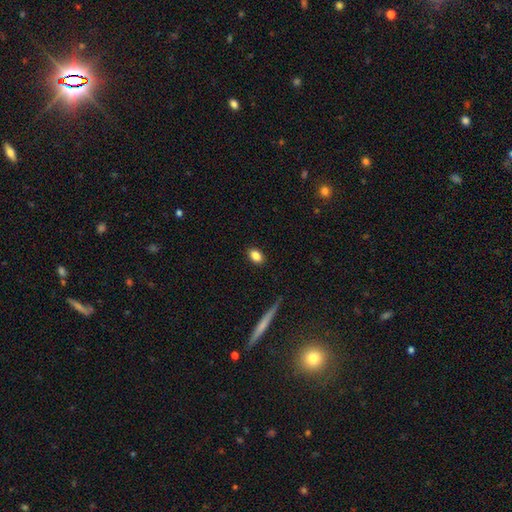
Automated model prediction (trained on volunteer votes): smooth_or_featured: smooth (p=0.85) [alt: star or artifact p=0.08]
how_rounded: in between (p=0.84) [alt: round p=0.14]
merging: none (p=0.88) [alt: minor disturbance p=0.08]